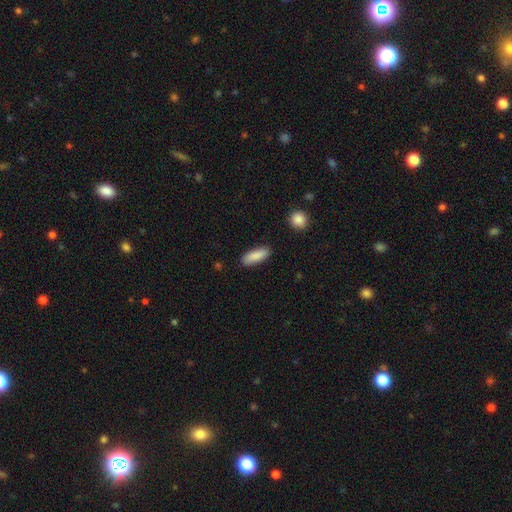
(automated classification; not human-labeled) This is clearly a smooth galaxy (87%). How rounded: likely in between (62%). Merging: clearly none (86%).